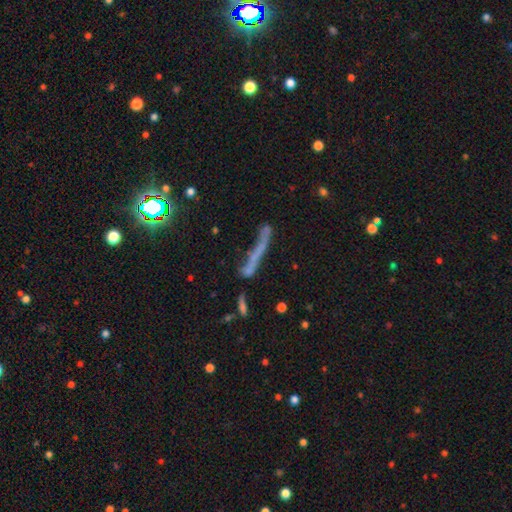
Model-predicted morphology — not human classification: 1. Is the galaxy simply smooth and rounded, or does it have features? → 39% smooth, 37% featured or disk, 24% star or artifact.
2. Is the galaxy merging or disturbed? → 52% none, 19% minor disturbance, 16% major disturbance, 13% merger.